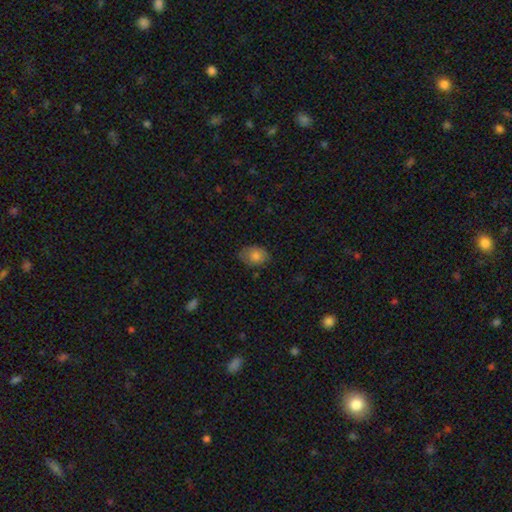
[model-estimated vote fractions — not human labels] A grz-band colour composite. It shows a smooth galaxy with no disk features (80%) that is in between round and cigar-shaped (76%). Merging: none (74%).